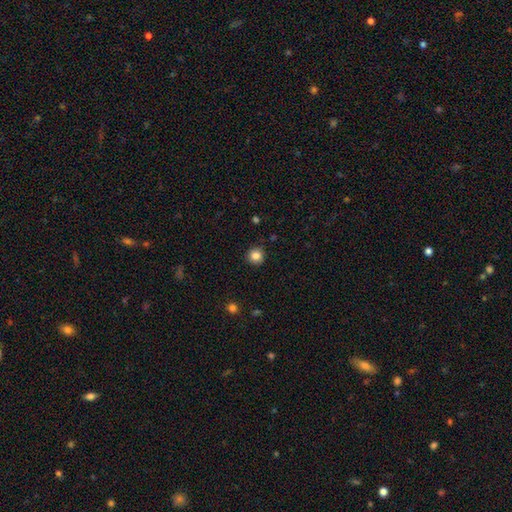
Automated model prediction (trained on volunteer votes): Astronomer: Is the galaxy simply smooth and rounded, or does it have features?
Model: smooth — 84%.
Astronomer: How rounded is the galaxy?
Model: round — 93%.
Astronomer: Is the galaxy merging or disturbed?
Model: none — 90%.